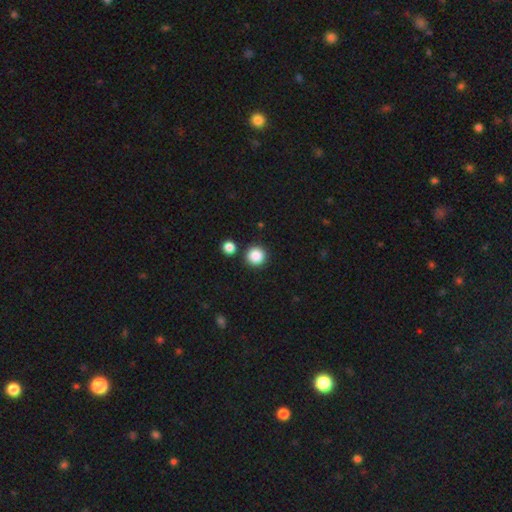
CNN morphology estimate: A smooth galaxy with no disk features (87%) that is round (94%).

Vote fractions:
- Smooth or featured? smooth: 87% / star or artifact: 10% / featured or disk: 3%
- How rounded? round: 94% / in between: 5% / cigar-shaped: 1%
- Merging? none: 87% / minor disturbance: 6% / merger: 5% / major disturbance: 2%